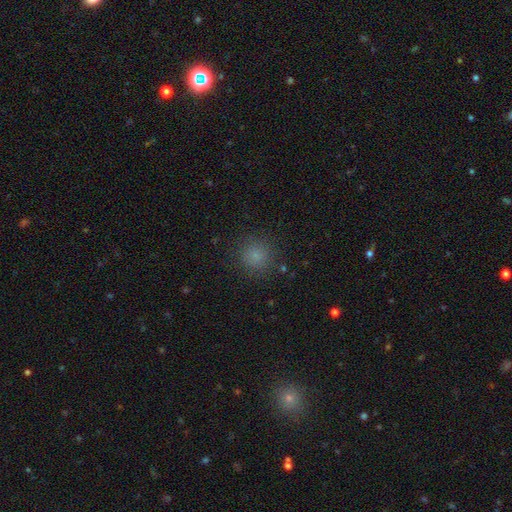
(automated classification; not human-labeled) Smooth or featured? smooth (80%)
How rounded? round (93%)
Merging? none (88%)